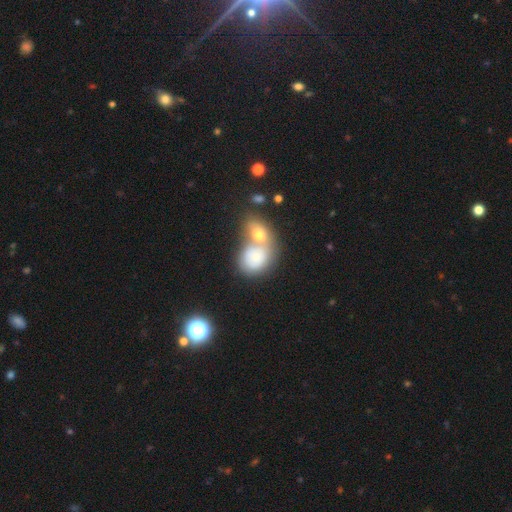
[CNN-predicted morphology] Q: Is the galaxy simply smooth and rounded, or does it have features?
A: smooth — 67%.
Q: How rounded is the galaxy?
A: round — 51%.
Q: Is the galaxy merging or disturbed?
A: merger — 59%.